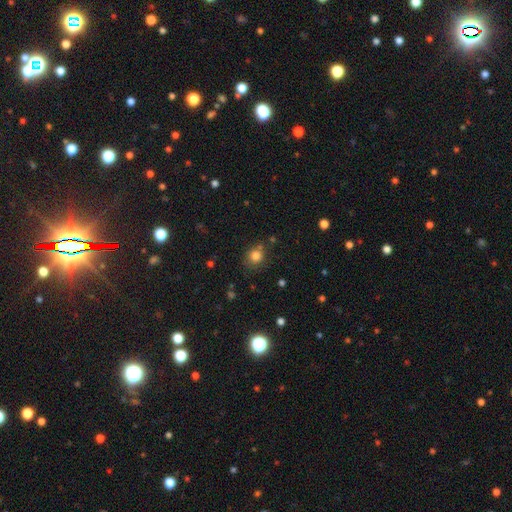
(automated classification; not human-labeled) This appears to be a smooth galaxy with no disk features (80%) that is round (79%). Merging: none (73%).